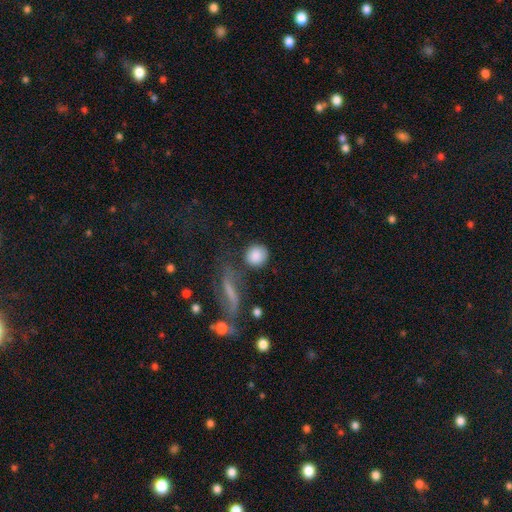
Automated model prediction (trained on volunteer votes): Smooth or featured? smooth (84%)
How rounded? round (86%)
Merging? none (66%)